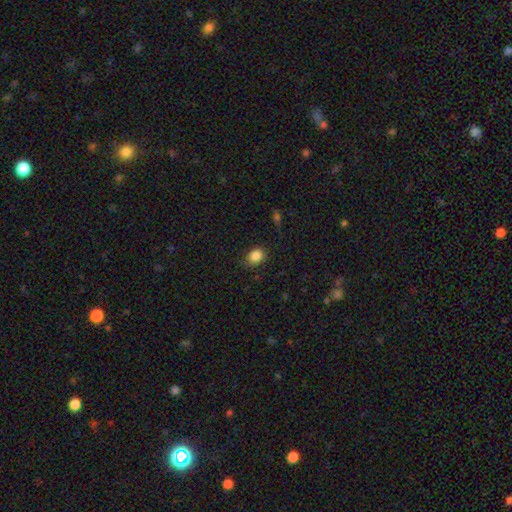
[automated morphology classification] smooth 86%, star or artifact 10%, featured or disk 4%. Down the decision tree: how rounded — in between (52%); merging — none (81%).